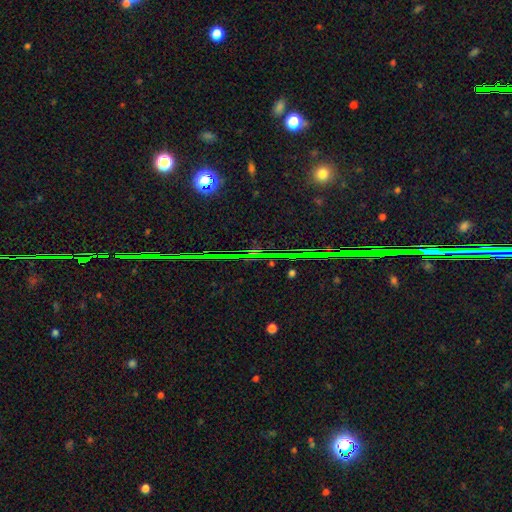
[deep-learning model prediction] smooth_or_featured: star or artifact (p=0.81) [alt: smooth p=0.10]